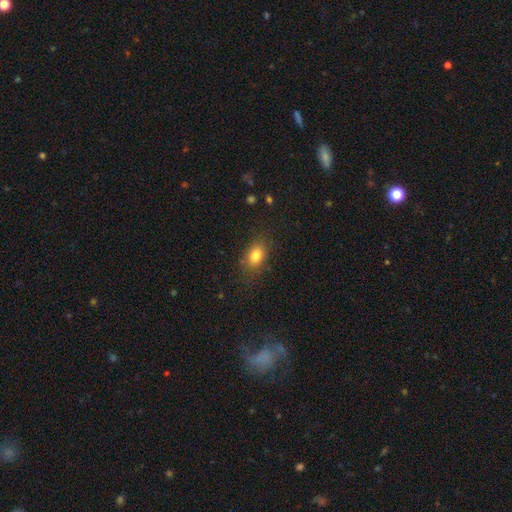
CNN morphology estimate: This appears to be a smooth galaxy with no disk features (80%) that is in between round and cigar-shaped (72%). Merging: none (78%).